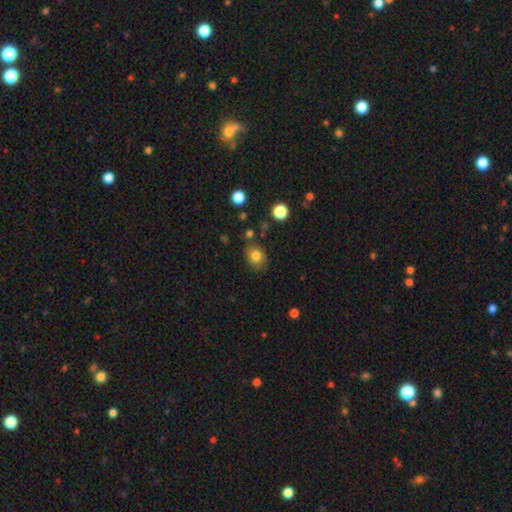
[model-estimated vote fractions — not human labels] A smooth galaxy with no disk features (81%) that is round (51%). Merging: none (78%).